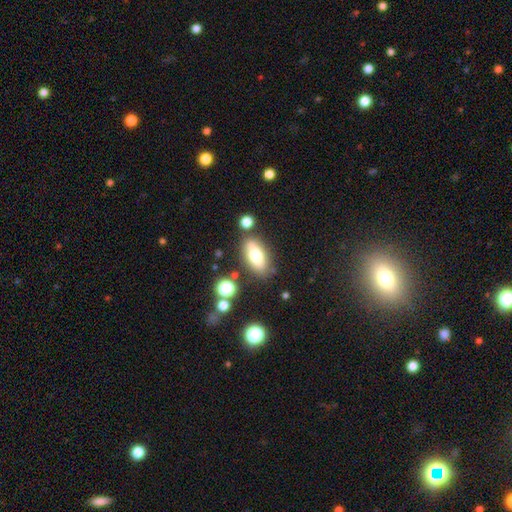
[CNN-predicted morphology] Overall: smooth (68%). How rounded: in between (85%). Merging: none (76%).